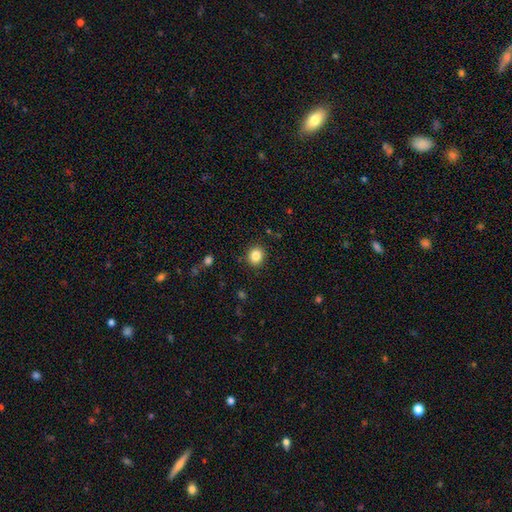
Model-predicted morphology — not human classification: type=smooth (85%); roundness=round (80%); merging=none (89%).